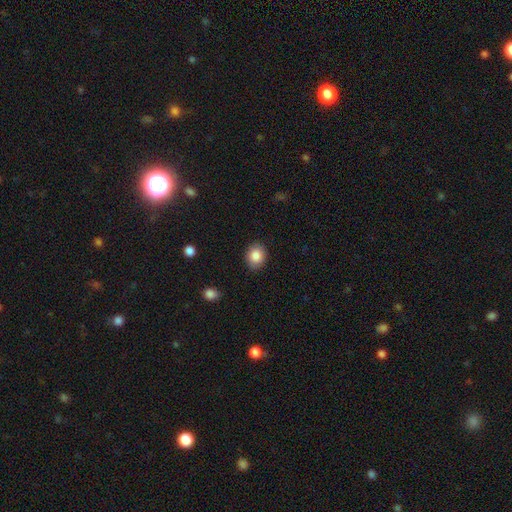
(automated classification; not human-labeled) Smooth or featured: smooth — 86% (star or artifact — 8%)
How rounded: round — 50% (in between — 49%)
Merging: none — 88% (minor disturbance — 9%)